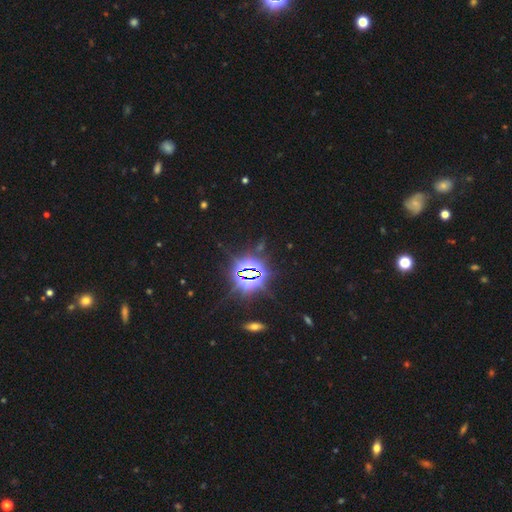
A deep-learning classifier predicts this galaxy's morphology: A star or artifact, not a galaxy (84%).

Vote fractions:
- Smooth or featured? star or artifact: 84% / smooth: 9% / featured or disk: 6%